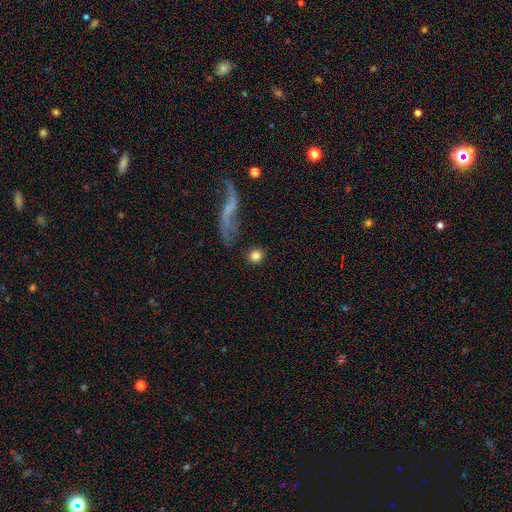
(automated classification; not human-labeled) Smooth or featured? Predicted: smooth (p=0.81). How rounded? Predicted: round (p=0.88). Merging? Predicted: none (p=0.84).